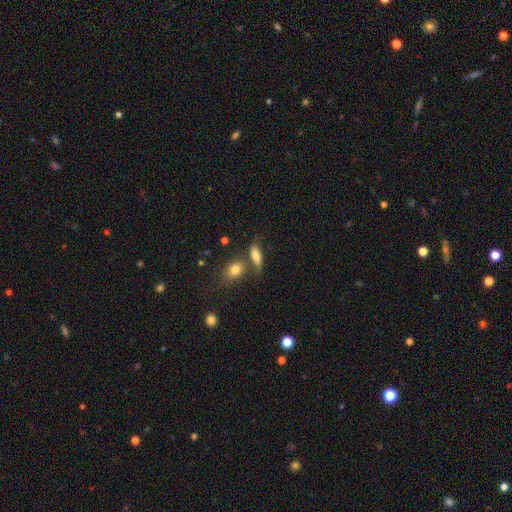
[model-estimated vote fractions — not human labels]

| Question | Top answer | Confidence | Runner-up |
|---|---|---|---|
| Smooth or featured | smooth | 74% | featured or disk (16%) |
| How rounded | in between | 65% | cigar-shaped (29%) |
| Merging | none | 52% | merger (24%) |